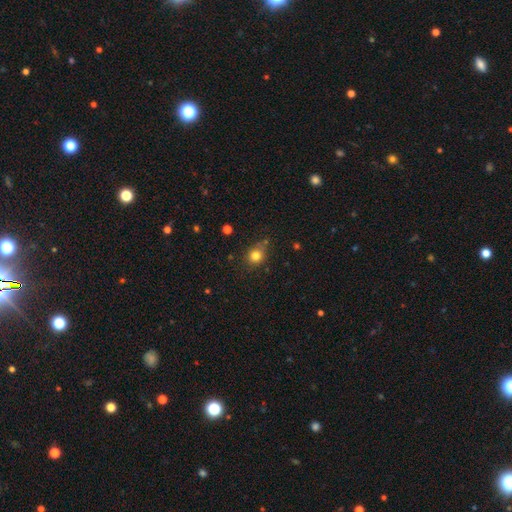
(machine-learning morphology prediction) smooth 80%, star or artifact 13%, featured or disk 7%. Down the decision tree: how rounded — round (77%); merging — none (72%).